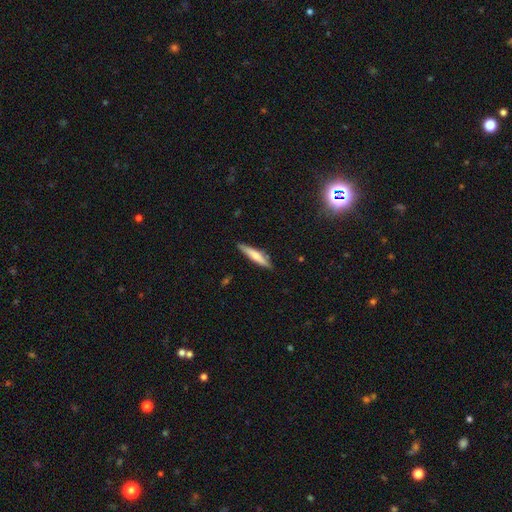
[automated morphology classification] Q: Smooth or featured?
A: smooth (62%); runner-up: featured or disk (32%)
Q: How rounded?
A: cigar-shaped (87%); runner-up: in between (11%)
Q: Merging?
A: none (85%); runner-up: minor disturbance (11%)